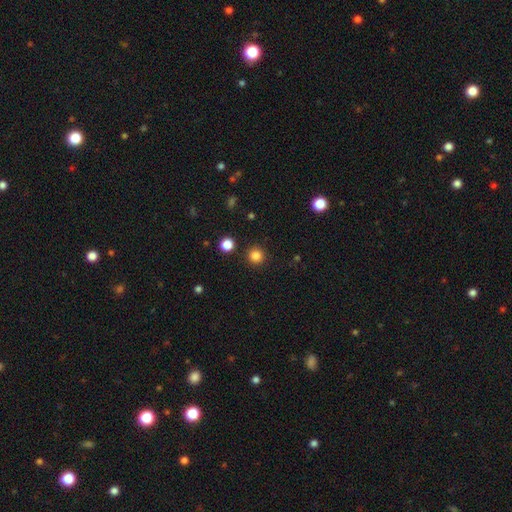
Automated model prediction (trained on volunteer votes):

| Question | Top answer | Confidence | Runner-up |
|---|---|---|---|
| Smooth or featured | smooth | 84% | star or artifact (12%) |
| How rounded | round | 95% | in between (4%) |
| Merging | none | 91% | minor disturbance (5%) |